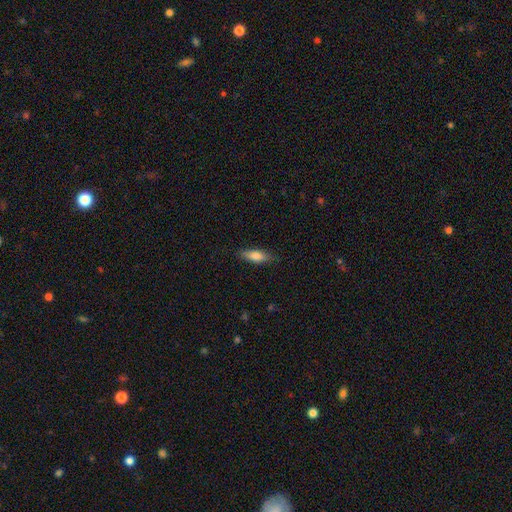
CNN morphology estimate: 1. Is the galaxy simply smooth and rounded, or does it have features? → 75% smooth, 19% featured or disk, 6% star or artifact.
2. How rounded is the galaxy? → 51% in between, 47% cigar-shaped, 2% round.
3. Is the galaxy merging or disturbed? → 85% none, 11% minor disturbance, 2% major disturbance, 1% merger.